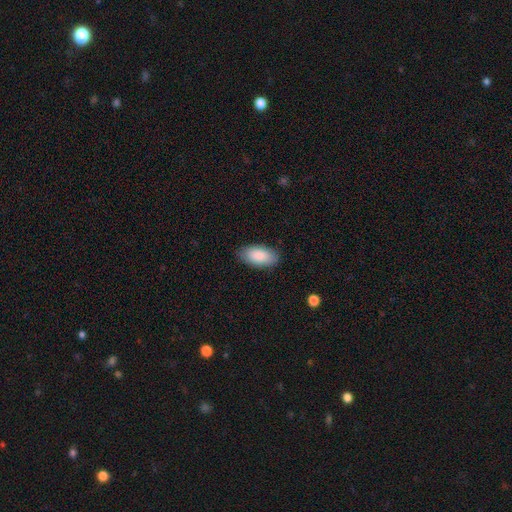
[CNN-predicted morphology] This appears to be a smooth galaxy with no disk features (88%) that is in between round and cigar-shaped (93%). Merging: none (87%).